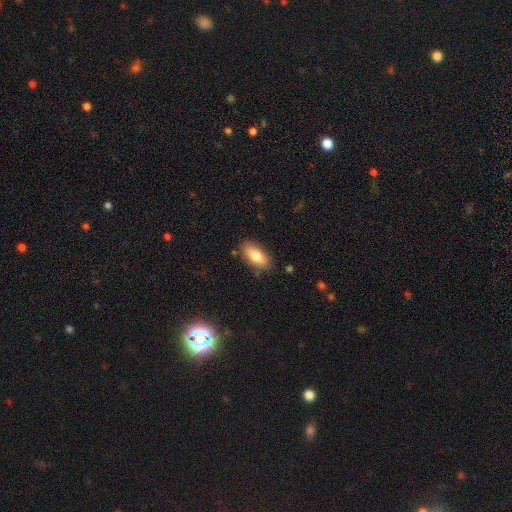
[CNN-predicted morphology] smooth 79%, featured or disk 14%, star or artifact 7%. Down the decision tree: how rounded — in between (85%); merging — none (83%).